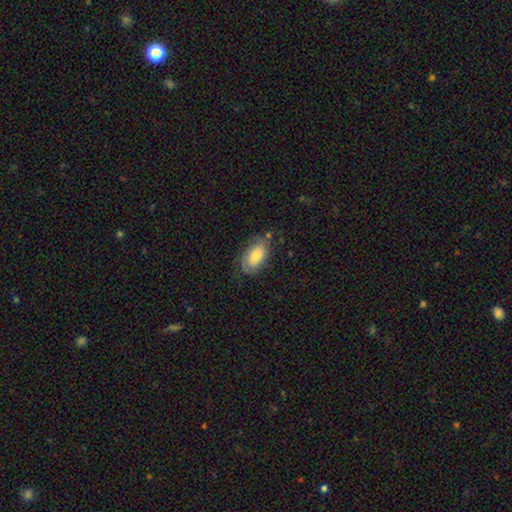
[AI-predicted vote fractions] smooth-or-featured: smooth: 63% | featured or disk: 29% | star or artifact: 7%
  how-rounded: in between: 92% | round: 5% | cigar-shaped: 3%
  merging: none: 64% | minor disturbance: 25% | major disturbance: 9% | merger: 2%